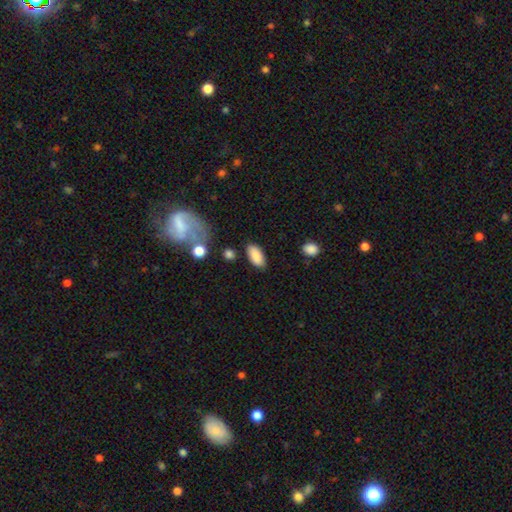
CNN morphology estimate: This is clearly a smooth galaxy (87%). How rounded: clearly in between (92%). Merging: clearly none (83%).